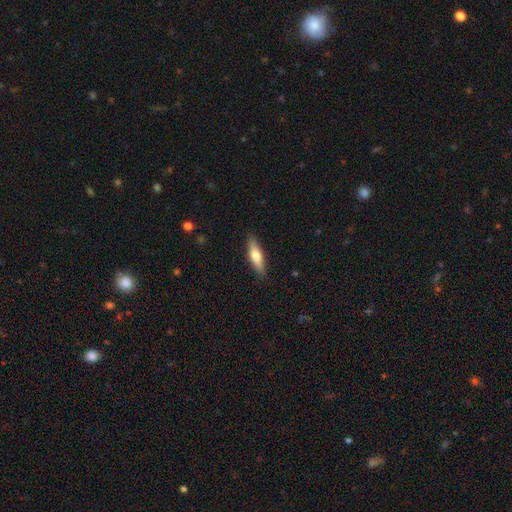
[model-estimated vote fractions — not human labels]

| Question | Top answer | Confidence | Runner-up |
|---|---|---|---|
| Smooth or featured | smooth | 61% | featured or disk (33%) |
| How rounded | cigar-shaped | 65% | in between (33%) |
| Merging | none | 88% | minor disturbance (9%) |